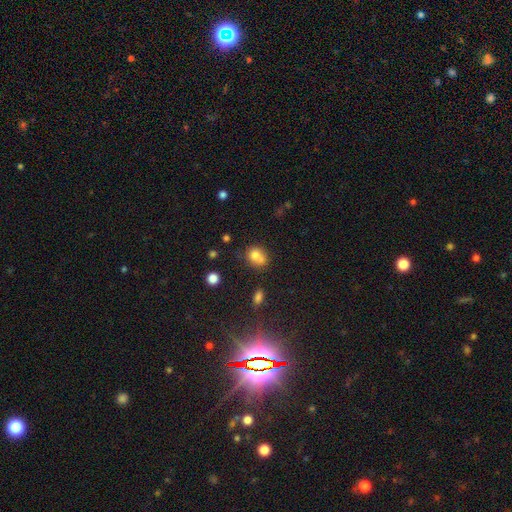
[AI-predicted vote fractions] The model was most divided on "merging": merger: 48%, none: 35%, minor disturbance: 13%, major disturbance: 5%. More confident: smooth or featured — smooth (74%); how rounded — round (59%).